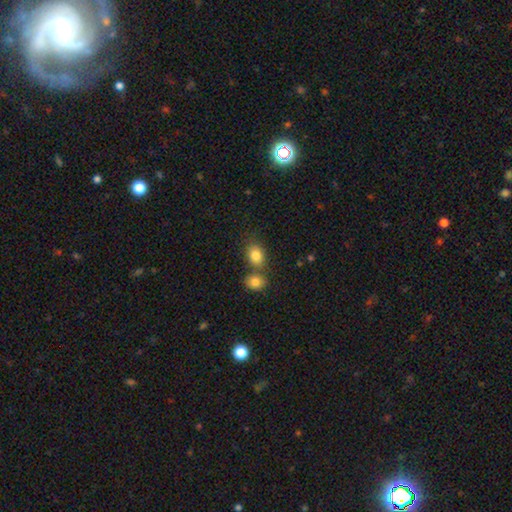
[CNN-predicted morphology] This appears to be a smooth galaxy with no disk features (84%) that is in between round and cigar-shaped (62%). Merging: none (54%).